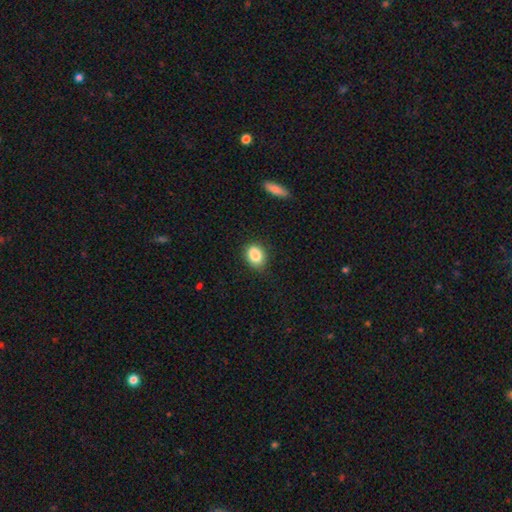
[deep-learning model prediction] The model was most divided on "how rounded": in between: 68%, round: 31%, cigar-shaped: 1%. More confident: smooth or featured — smooth (86%); merging — none (82%).